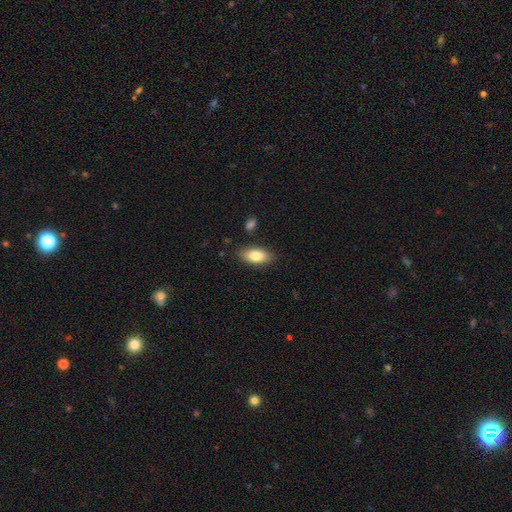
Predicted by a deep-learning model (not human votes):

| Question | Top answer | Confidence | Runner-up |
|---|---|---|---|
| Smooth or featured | smooth | 81% | featured or disk (12%) |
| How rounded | in between | 87% | cigar-shaped (10%) |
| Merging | none | 84% | minor disturbance (11%) |